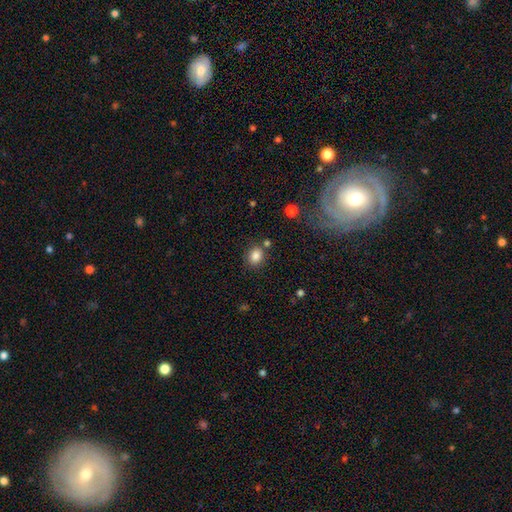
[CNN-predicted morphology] A smooth galaxy with no disk features (85%) that is round (57%). Merging: none (77%).